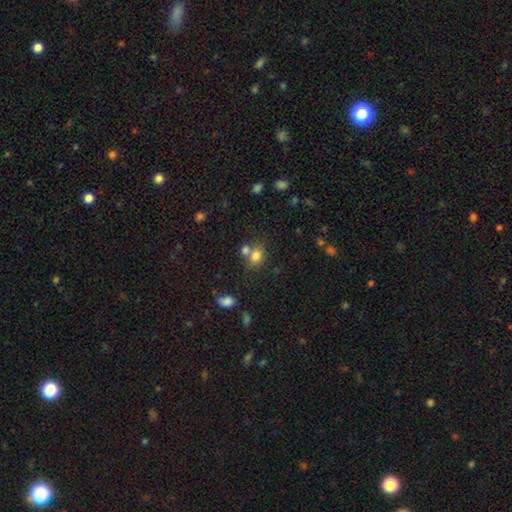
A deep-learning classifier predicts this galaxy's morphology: Smooth or featured?
  - smooth: 77% *
  - star or artifact: 13%
  - featured or disk: 10%
How rounded?
  - round: 58% *
  - in between: 41%
  - cigar-shaped: 1%
Merging?
  - none: 47% *
  - merger: 39%
  - minor disturbance: 10%
  - major disturbance: 4%